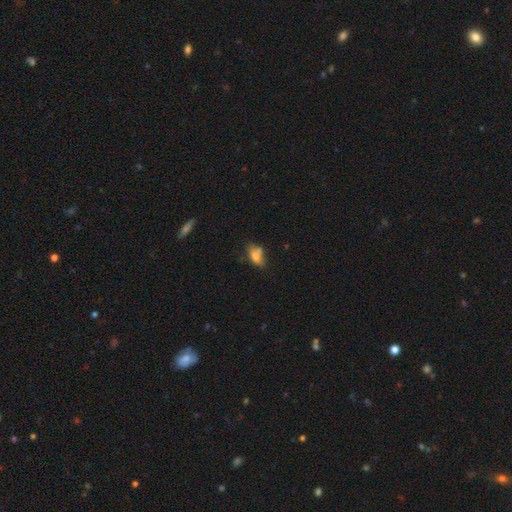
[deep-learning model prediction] Morphology: type=smooth (70%); roundness=in between (83%); merging=none (46%).